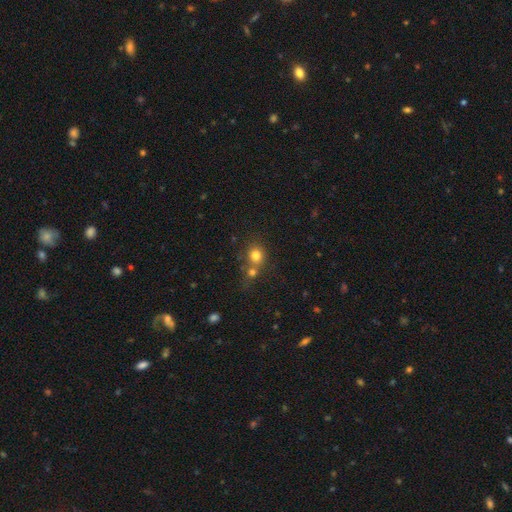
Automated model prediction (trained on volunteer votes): smooth-or-featured: smooth: 78% | star or artifact: 13% | featured or disk: 9%
  how-rounded: round: 80% | in between: 19% | cigar-shaped: 1%
  merging: none: 48% | merger: 40% | minor disturbance: 8% | major disturbance: 4%